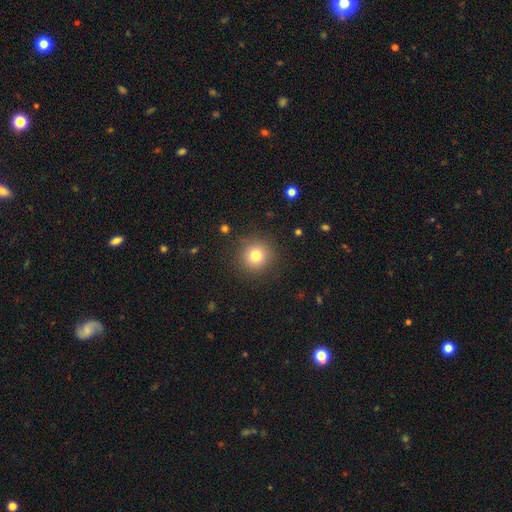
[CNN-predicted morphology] A smooth galaxy with no disk features (78%) that is round (94%). Merging: none (89%).